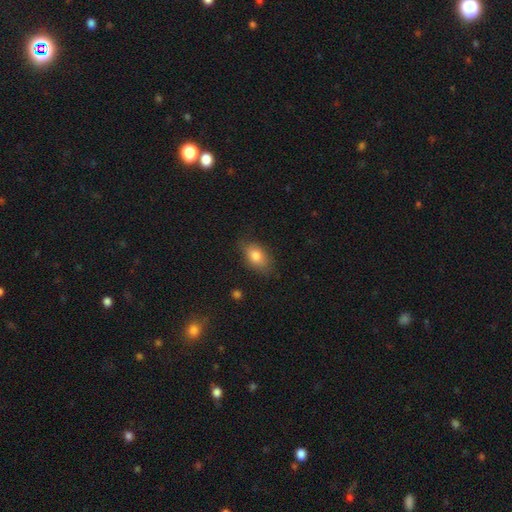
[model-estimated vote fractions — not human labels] smooth-or-featured: smooth: 81% | featured or disk: 11% | star or artifact: 8%
  how-rounded: in between: 86% | round: 11% | cigar-shaped: 3%
  merging: none: 75% | minor disturbance: 20% | major disturbance: 4% | merger: 1%